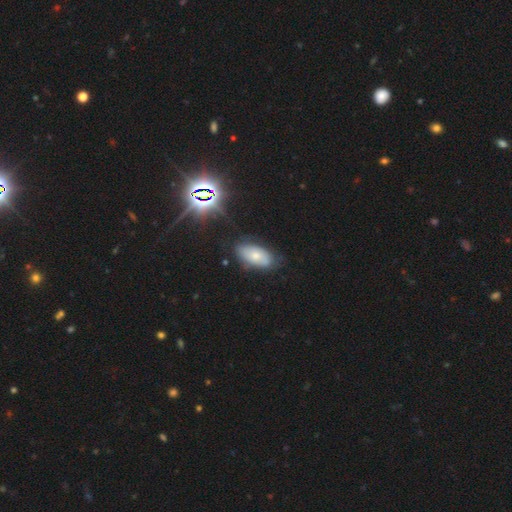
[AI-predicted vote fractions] Morphology: type=smooth (63%); roundness=in between (92%); merging=none (72%).